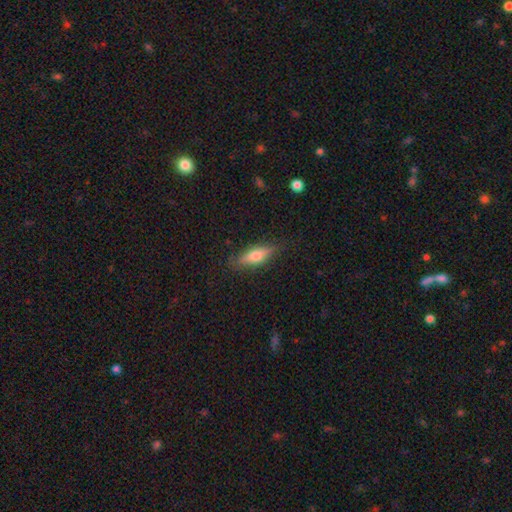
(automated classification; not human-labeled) Smooth or featured: smooth — 60% (featured or disk — 33%)
How rounded: in between — 50% (cigar-shaped — 48%)
Merging: none — 82% (minor disturbance — 13%)